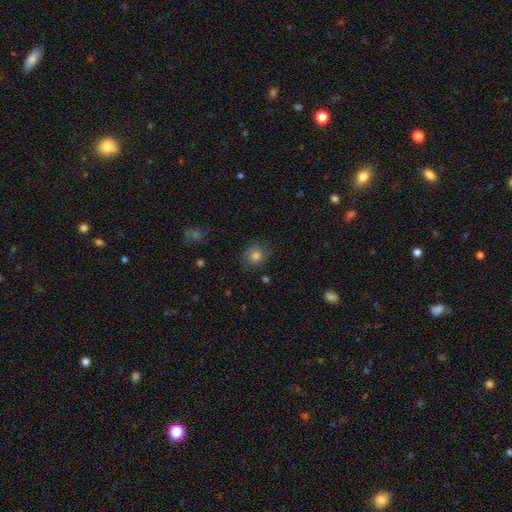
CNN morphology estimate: This appears to be a smooth galaxy with no disk features (69%) that is round (78%). Merging: none (77%).